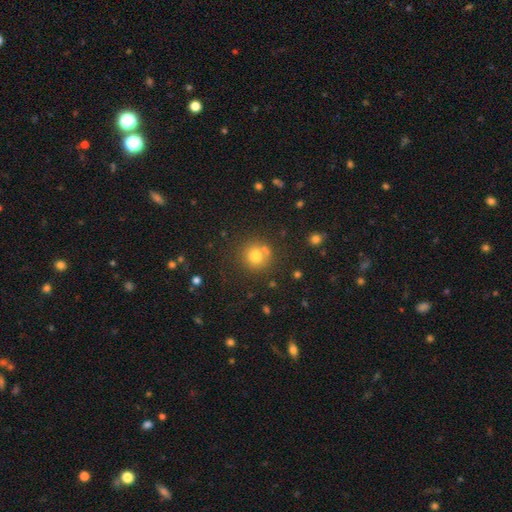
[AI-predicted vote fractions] Overall: smooth (75%). How rounded: round (91%). Merging: none (70%).